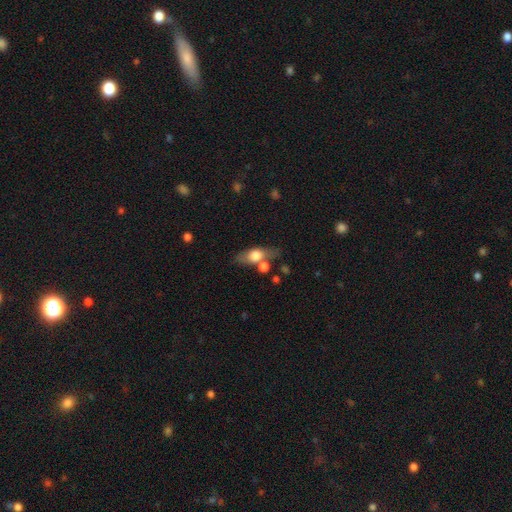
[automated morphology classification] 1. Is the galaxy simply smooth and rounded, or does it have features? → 60% smooth, 33% featured or disk, 7% star or artifact.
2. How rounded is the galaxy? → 67% in between, 22% cigar-shaped, 11% round.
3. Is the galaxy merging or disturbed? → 61% none, 16% merger, 16% minor disturbance, 6% major disturbance.